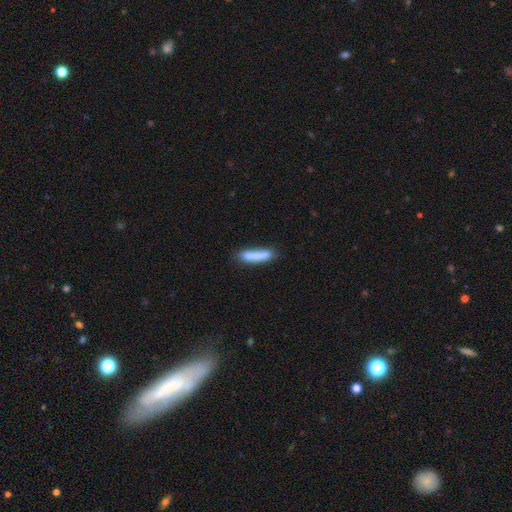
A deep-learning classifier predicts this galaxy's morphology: smooth_or_featured: smooth (p=0.76) [alt: featured or disk p=0.17]
how_rounded: cigar-shaped (p=0.82) [alt: in between p=0.17]
merging: none (p=0.59) [alt: minor disturbance p=0.20]